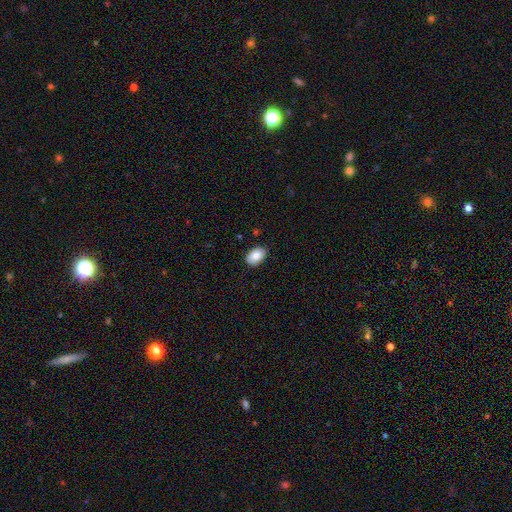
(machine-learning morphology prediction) The model was most divided on "merging": none: 85%, minor disturbance: 12%, major disturbance: 2%, merger: 1%. More confident: smooth or featured — smooth (88%); how rounded — in between (88%).